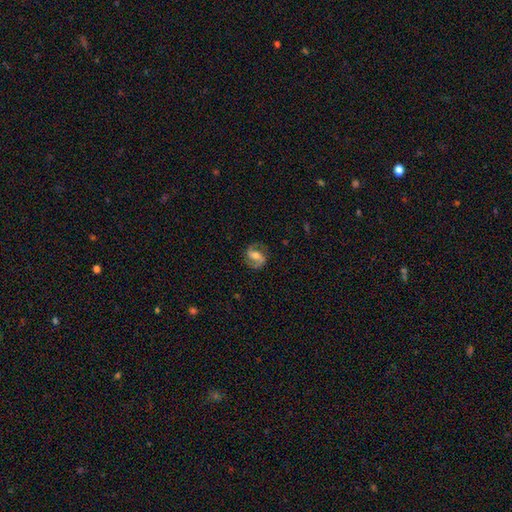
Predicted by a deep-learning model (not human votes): Smooth or featured? featured or disk (78%)
Edge-on disk? no (97%)
Bar? weak (41%)
Spiral arms? yes (93%)
Spiral winding? medium (51%)
Spiral arm count? 2 (91%)
Bulge size? moderate (62%)
Merging? none (80%)